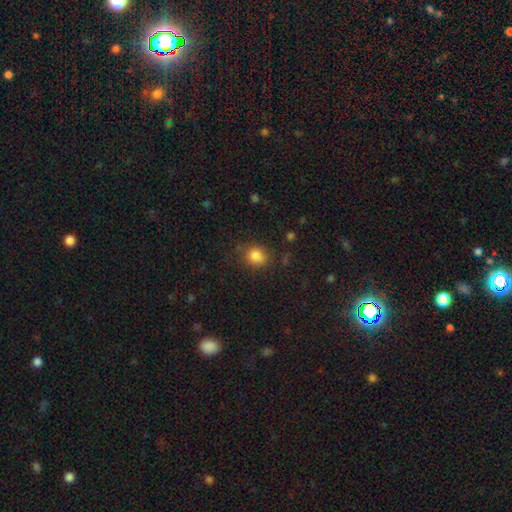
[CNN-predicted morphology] smooth 83%, star or artifact 11%, featured or disk 6%. Down the decision tree: how rounded — round (67%); merging — none (76%).